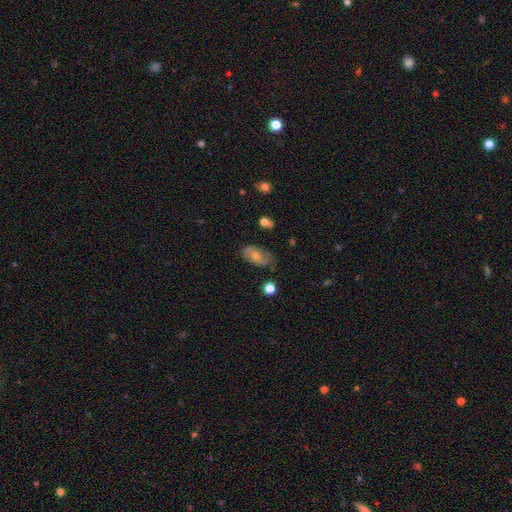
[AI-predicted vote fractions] Smooth or featured: featured or disk — 49% (smooth — 39%)
Merging: none — 75% (minor disturbance — 18%)